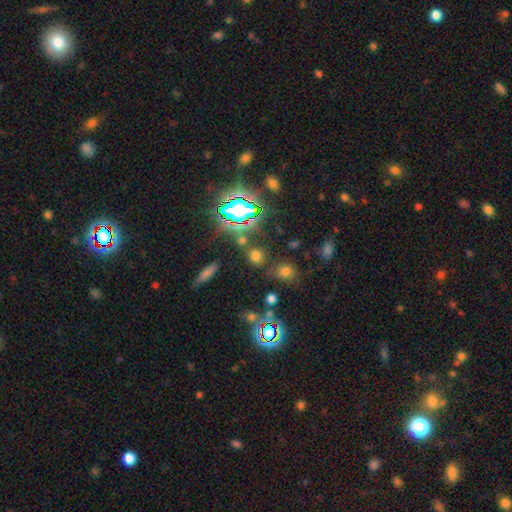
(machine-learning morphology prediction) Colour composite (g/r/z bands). It shows a smooth galaxy with no disk features (56%) that is round (72%). Merging: none (77%).